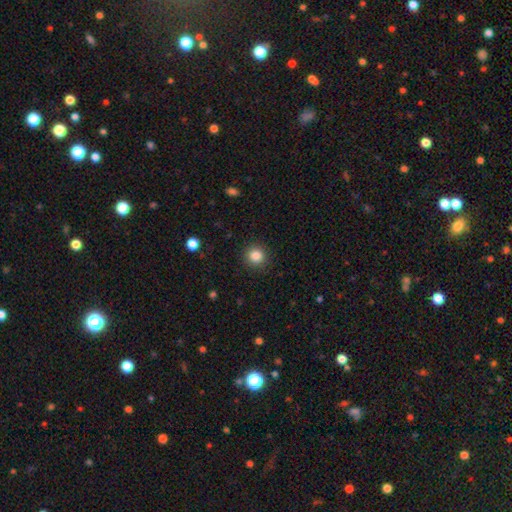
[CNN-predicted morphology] smooth 85%, star or artifact 11%, featured or disk 5%. Down the decision tree: how rounded — round (92%); merging — none (90%).